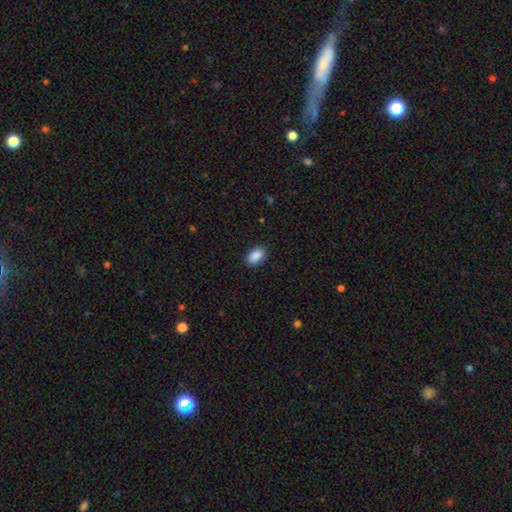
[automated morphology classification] type=smooth (90%); roundness=in between (91%); merging=none (88%).